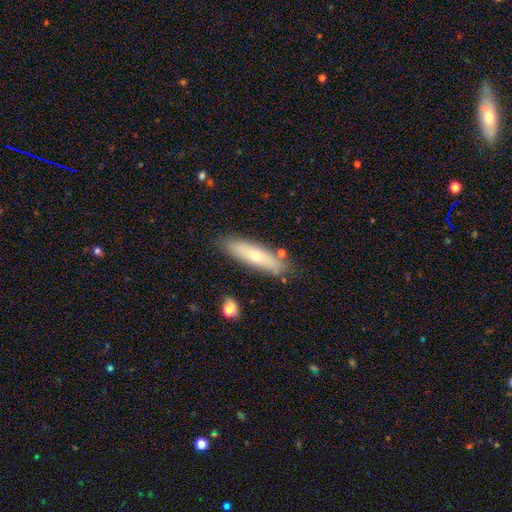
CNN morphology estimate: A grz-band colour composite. It shows a smooth galaxy with no disk features (54%) that is cigar-shaped (66%). Merging: none (81%).